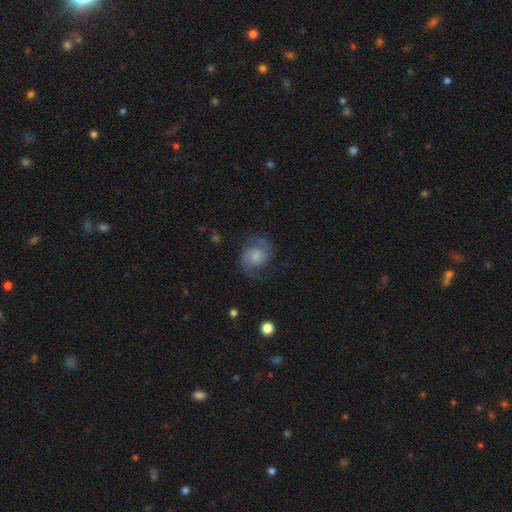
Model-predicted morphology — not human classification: Smooth or featured: featured or disk — 76% (smooth — 17%)
Edge-on disk: no — 98% (yes — 2%)
Bar: no — 61% (weak — 34%)
Spiral arms: yes — 96% (no — 4%)
Spiral winding: medium — 54% (loose — 24%)
Spiral arm count: 2 — 91% (can't tell — 4%)
Bulge size: small — 33% (moderate — 29%)
Merging: none — 73% (minor disturbance — 17%)